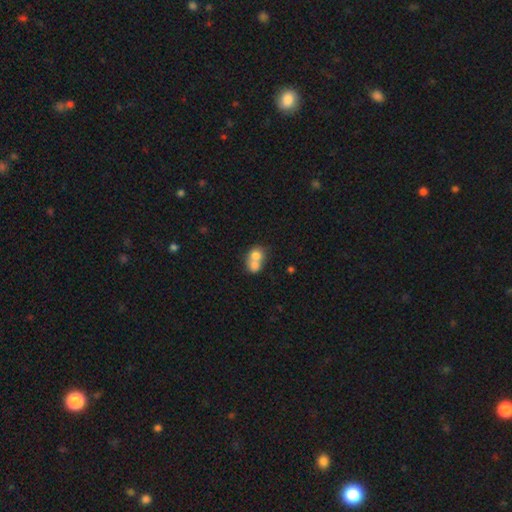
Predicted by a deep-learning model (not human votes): This appears to be a smooth galaxy with no disk features (72%) that is round (58%). Merging: merger (72%).